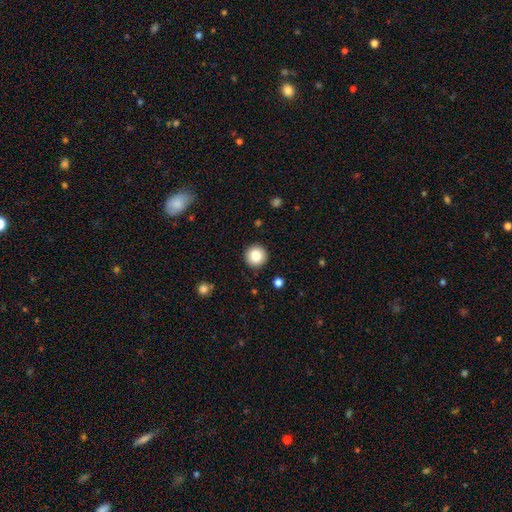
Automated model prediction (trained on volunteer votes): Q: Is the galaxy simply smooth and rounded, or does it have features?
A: smooth — 84%.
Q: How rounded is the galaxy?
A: round — 96%.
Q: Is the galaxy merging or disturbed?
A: none — 92%.